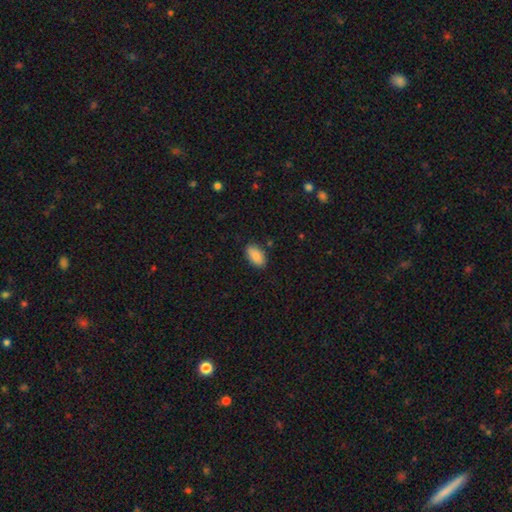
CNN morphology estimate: smooth-or-featured: smooth: 89% | star or artifact: 7% | featured or disk: 5%
  how-rounded: in between: 93% | round: 4% | cigar-shaped: 3%
  merging: none: 85% | minor disturbance: 11% | major disturbance: 2% | merger: 1%